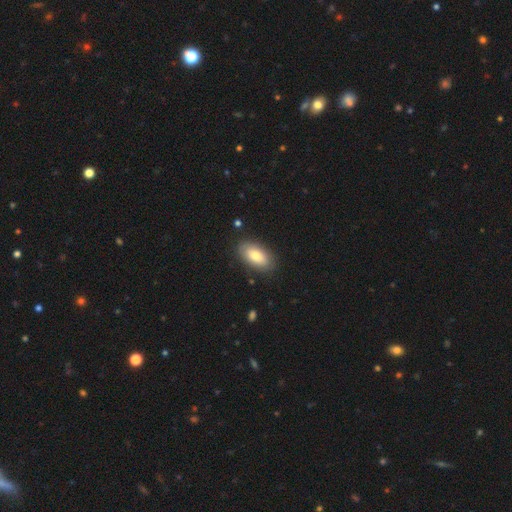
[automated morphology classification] Smooth or featured? Predicted: smooth (p=0.75). How rounded? Predicted: in between (p=0.92). Merging? Predicted: none (p=0.84).